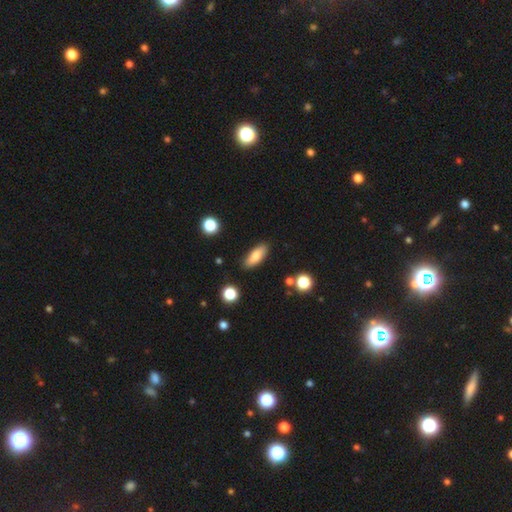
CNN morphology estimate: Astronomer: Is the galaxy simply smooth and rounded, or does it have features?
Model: smooth — 78%.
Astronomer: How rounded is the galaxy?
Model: in between — 71%.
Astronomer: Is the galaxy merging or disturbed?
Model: none — 84%.